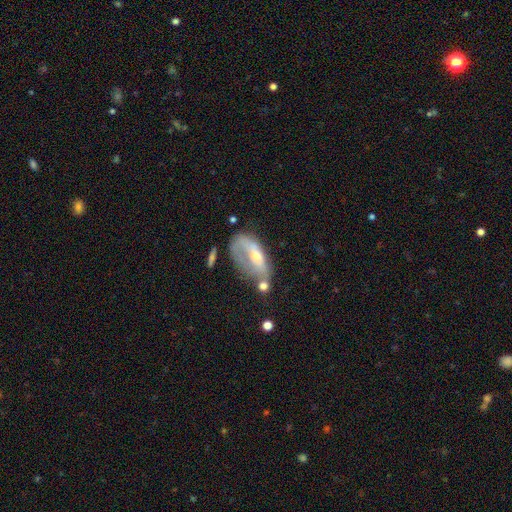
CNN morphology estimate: This appears to be a featured or disk galaxy (51%). Merging: none (30%, tied with major disturbance).